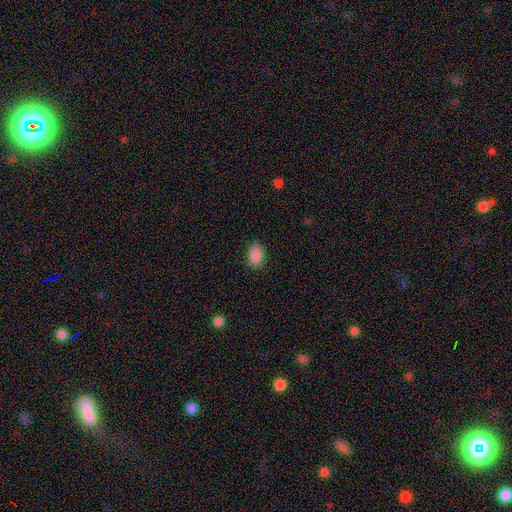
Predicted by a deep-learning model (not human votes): Q: Smooth or featured?
A: smooth (88%); runner-up: star or artifact (8%)
Q: How rounded?
A: in between (83%); runner-up: round (15%)
Q: Merging?
A: none (84%); runner-up: minor disturbance (13%)